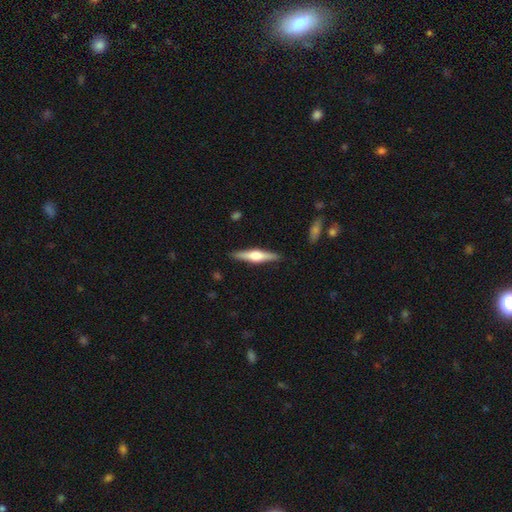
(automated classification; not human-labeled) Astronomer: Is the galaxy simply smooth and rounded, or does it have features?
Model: featured or disk — 63%.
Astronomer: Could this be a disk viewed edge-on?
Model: yes — 97%.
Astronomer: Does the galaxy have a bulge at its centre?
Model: rounded — 91%.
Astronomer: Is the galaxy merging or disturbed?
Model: none — 90%.